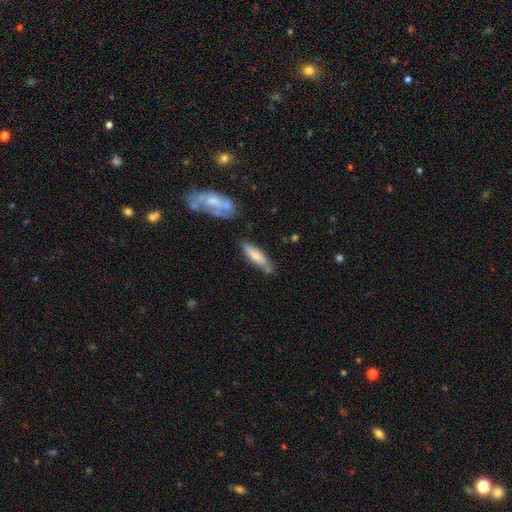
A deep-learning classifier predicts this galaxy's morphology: This is likely a smooth galaxy (68%). How rounded: likely cigar-shaped (71%). Merging: likely none (72%).